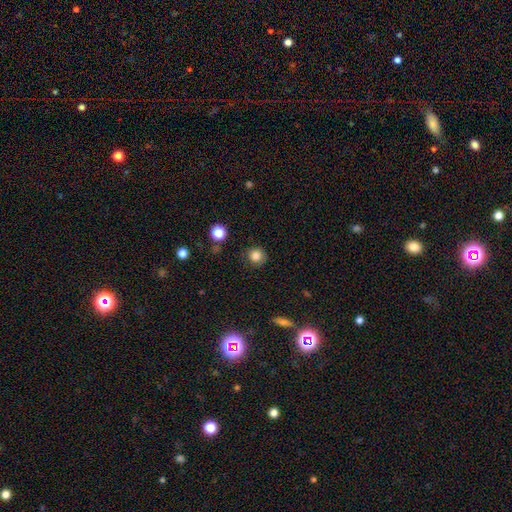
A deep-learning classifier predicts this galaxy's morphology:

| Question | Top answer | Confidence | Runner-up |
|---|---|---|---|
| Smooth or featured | smooth | 83% | star or artifact (11%) |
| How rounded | round | 89% | in between (10%) |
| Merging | none | 83% | minor disturbance (12%) |